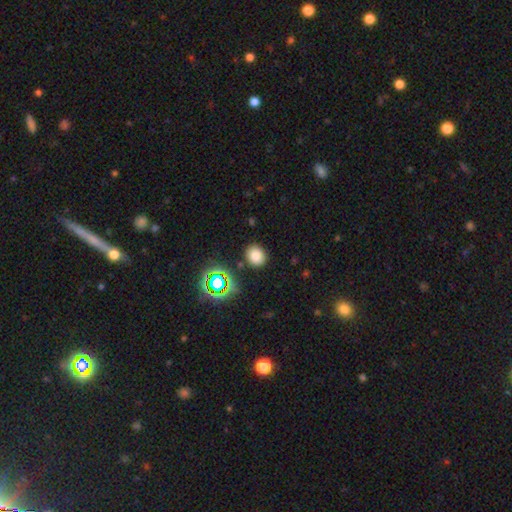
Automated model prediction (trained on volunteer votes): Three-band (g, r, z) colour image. It shows a smooth galaxy with no disk features (75%) that is round (65%). Merging: none (85%).